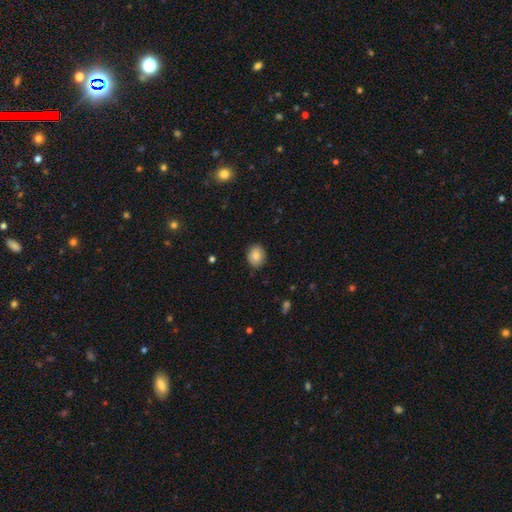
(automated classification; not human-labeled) Smooth or featured? Predicted: smooth (p=0.85). How rounded? Predicted: round (p=0.57). Merging? Predicted: none (p=0.87).